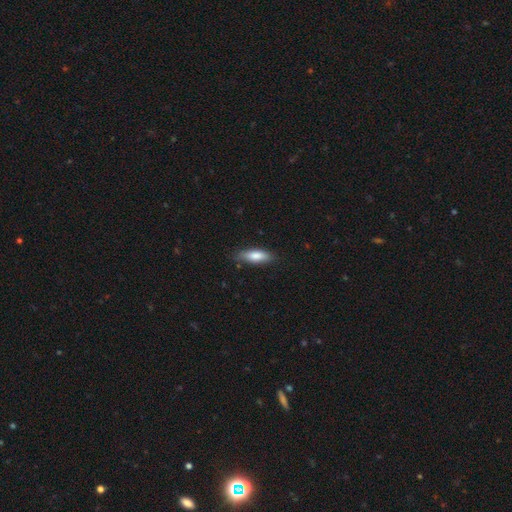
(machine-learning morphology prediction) Smooth or featured?
  - smooth: 80% *
  - featured or disk: 13%
  - star or artifact: 6%
How rounded?
  - in between: 59% *
  - cigar-shaped: 40%
  - round: 2%
Merging?
  - none: 78% *
  - minor disturbance: 17%
  - major disturbance: 3%
  - merger: 1%